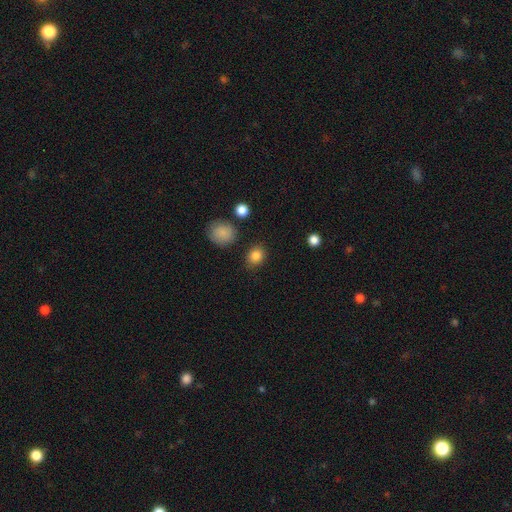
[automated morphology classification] Smooth or featured? smooth (85%)
How rounded? round (60%)
Merging? none (84%)